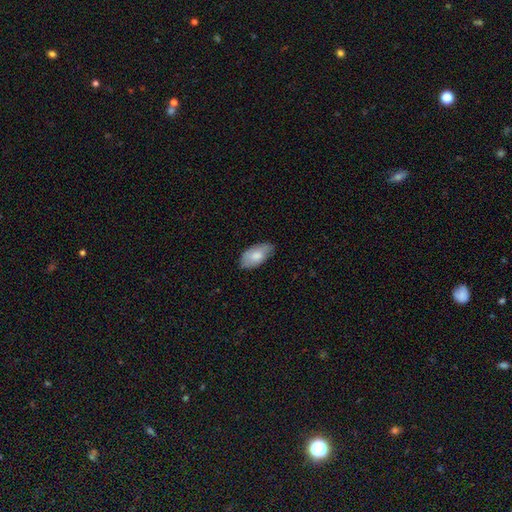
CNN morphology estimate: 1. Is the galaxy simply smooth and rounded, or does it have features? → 76% smooth, 18% featured or disk, 6% star or artifact.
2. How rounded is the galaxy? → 95% in between, 3% round, 3% cigar-shaped.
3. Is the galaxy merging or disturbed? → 70% none, 25% minor disturbance, 4% major disturbance, 1% merger.